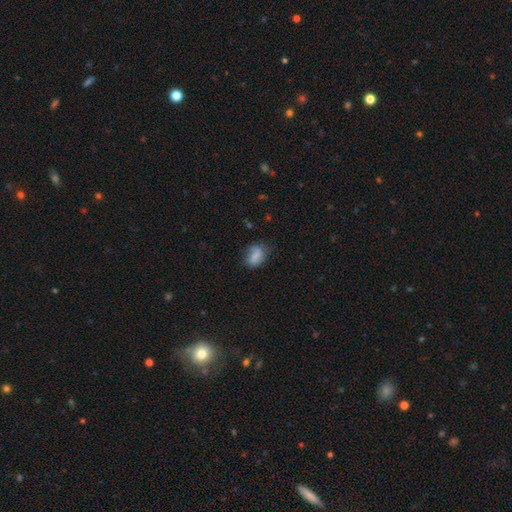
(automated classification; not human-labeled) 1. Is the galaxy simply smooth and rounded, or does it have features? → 64% smooth, 26% featured or disk, 10% star or artifact.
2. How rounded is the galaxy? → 72% in between, 23% round, 4% cigar-shaped.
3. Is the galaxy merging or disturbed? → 57% none, 28% minor disturbance, 12% major disturbance, 3% merger.